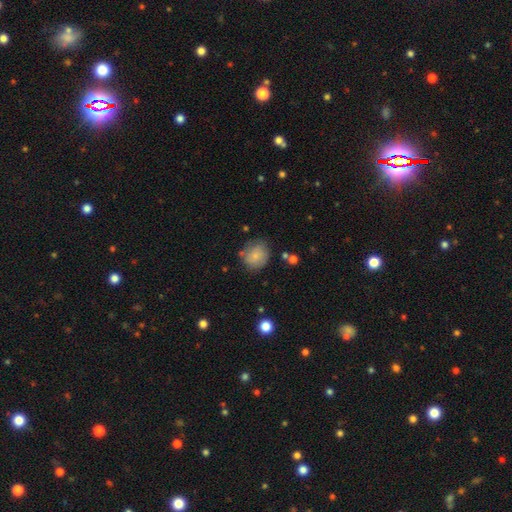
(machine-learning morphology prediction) Smooth or featured: smooth — 79% (featured or disk — 13%)
How rounded: round — 78% (in between — 21%)
Merging: none — 69% (minor disturbance — 20%)